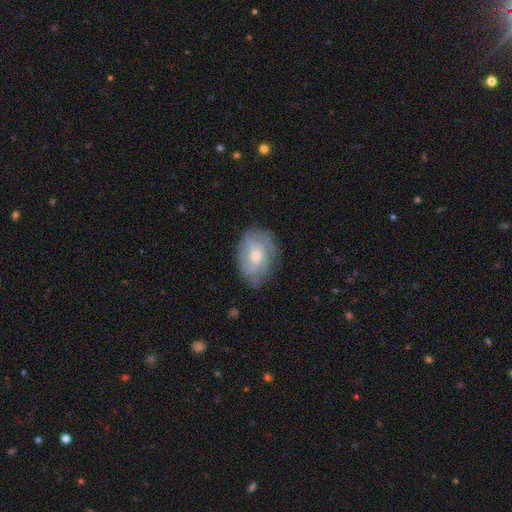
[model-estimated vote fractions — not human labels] featured or disk 73%, smooth 20%, star or artifact 7%. Down the decision tree: edge-on disk — no (97%); bar — no (74%); spiral arms — yes (89%); spiral arm count — can't tell (43%); spiral winding — tight (59%); bulge size — small (54%); merging — none (73%).